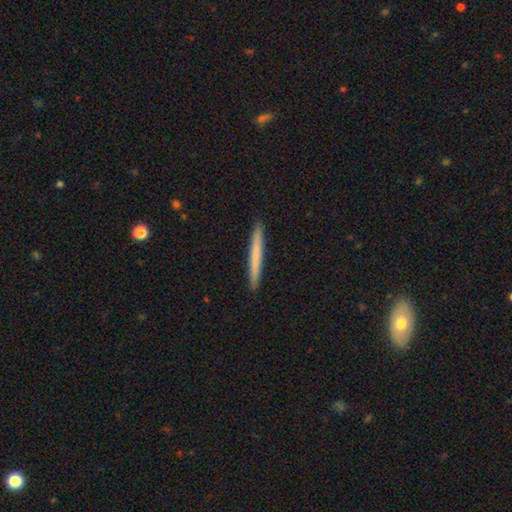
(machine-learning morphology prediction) Smooth or featured? Predicted: smooth (p=0.67). How rounded? Predicted: cigar-shaped (p=0.97). Merging? Predicted: none (p=0.93).